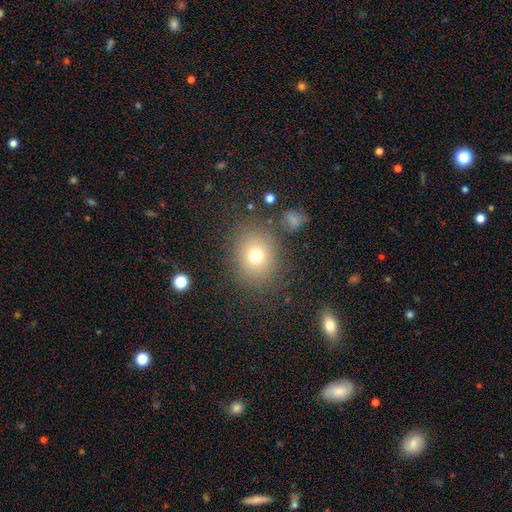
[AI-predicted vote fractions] Smooth or featured?
  - smooth: 73% *
  - star or artifact: 15%
  - featured or disk: 12%
How rounded?
  - round: 67% *
  - in between: 32%
  - cigar-shaped: 1%
Merging?
  - none: 80% *
  - minor disturbance: 11%
  - major disturbance: 6%
  - merger: 3%